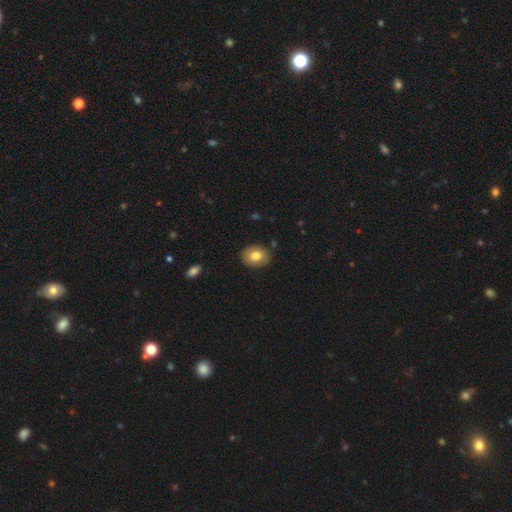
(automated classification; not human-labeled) This is likely a smooth galaxy (79%). How rounded: possibly in between (56%). Merging: clearly none (88%).